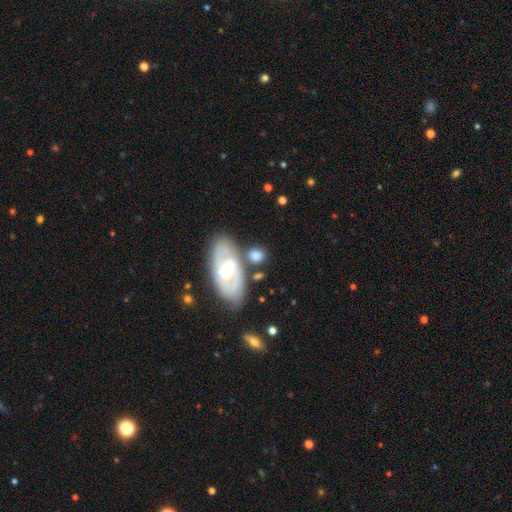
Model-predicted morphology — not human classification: Smooth or featured? smooth (48%)
Merging? none (68%)